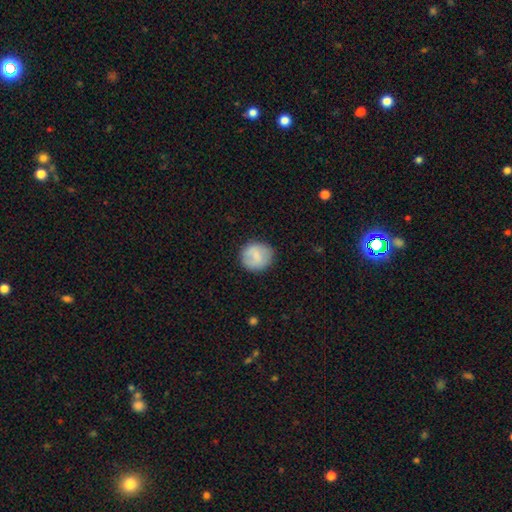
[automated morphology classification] Smooth or featured: smooth — 76% (featured or disk — 17%)
How rounded: round — 87% (in between — 12%)
Merging: none — 84% (minor disturbance — 12%)